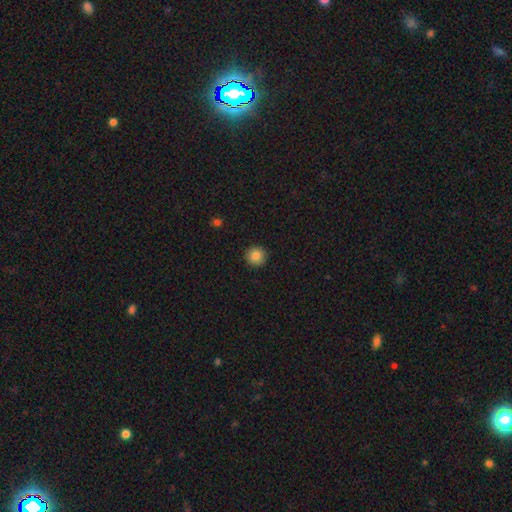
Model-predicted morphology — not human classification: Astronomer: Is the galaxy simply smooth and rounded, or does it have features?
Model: smooth — 85%.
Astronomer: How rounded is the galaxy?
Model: round — 95%.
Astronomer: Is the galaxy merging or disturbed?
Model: none — 93%.